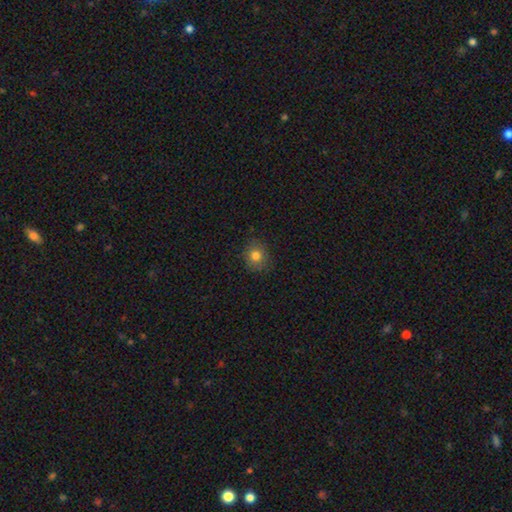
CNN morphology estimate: Smooth or featured?
  - smooth: 79% *
  - star or artifact: 13%
  - featured or disk: 8%
How rounded?
  - round: 78% *
  - in between: 22%
  - cigar-shaped: 1%
Merging?
  - none: 87% *
  - minor disturbance: 10%
  - major disturbance: 2%
  - merger: 1%